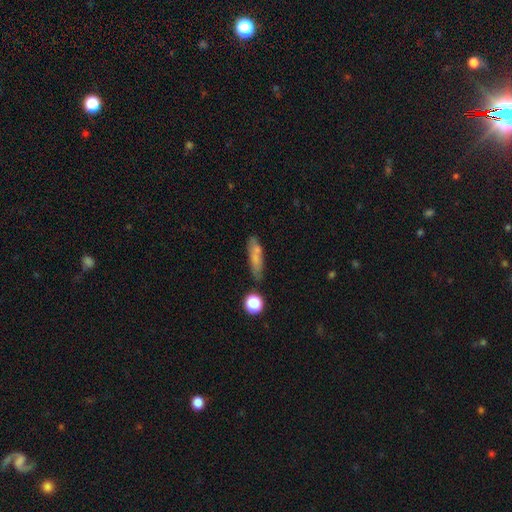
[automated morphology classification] A smooth galaxy with no disk features (67%) that is cigar-shaped (70%).

Vote fractions:
- Smooth or featured? smooth: 67% / featured or disk: 22% / star or artifact: 11%
- How rounded? cigar-shaped: 70% / in between: 25% / round: 5%
- Merging? none: 68% / minor disturbance: 18% / merger: 8% / major disturbance: 6%